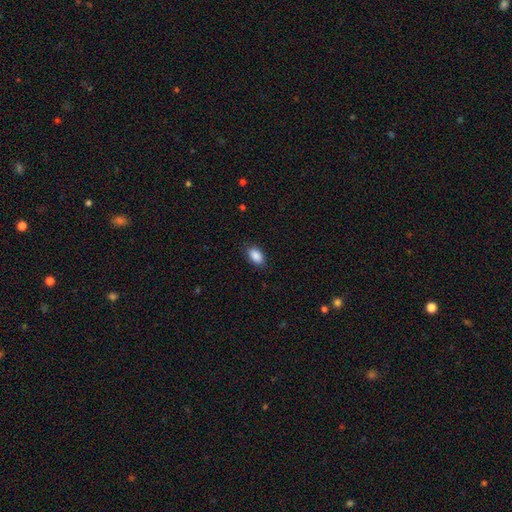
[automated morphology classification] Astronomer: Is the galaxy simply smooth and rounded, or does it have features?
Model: smooth — 89%.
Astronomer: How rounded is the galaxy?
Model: in between — 91%.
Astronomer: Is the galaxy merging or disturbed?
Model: none — 86%.